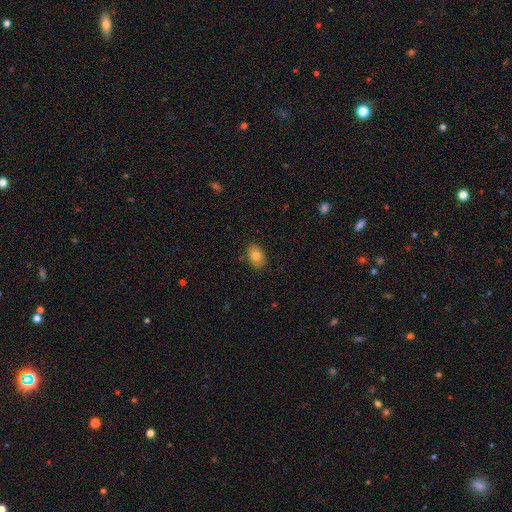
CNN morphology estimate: This appears to be a smooth galaxy with no disk features (80%) that is in between round and cigar-shaped (77%). Merging: none (85%).